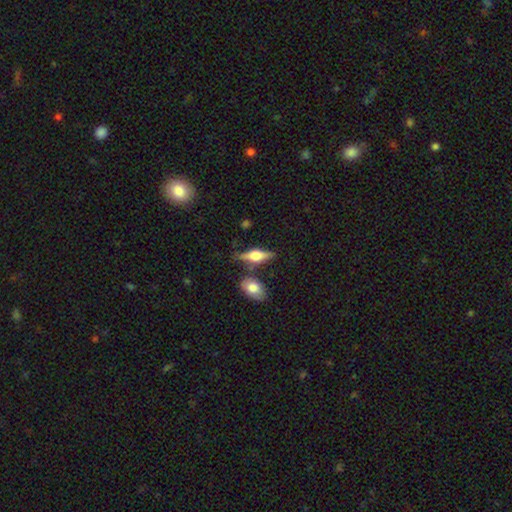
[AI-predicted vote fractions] Q: Smooth or featured?
A: featured or disk (52%); runner-up: smooth (40%)
Q: Edge-on disk?
A: yes (92%); runner-up: no (8%)
Q: Merging?
A: none (70%); runner-up: minor disturbance (15%)